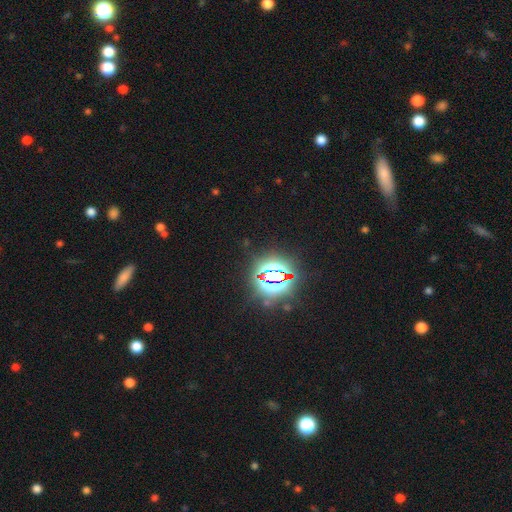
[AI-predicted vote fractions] star or artifact 79%, smooth 12%, featured or disk 8%.